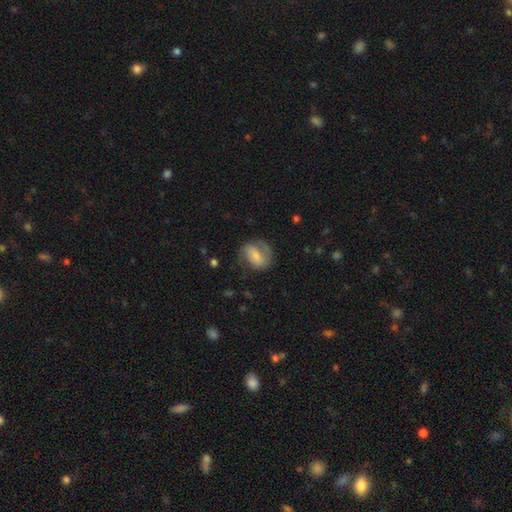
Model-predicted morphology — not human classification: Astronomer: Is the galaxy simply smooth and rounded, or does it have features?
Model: featured or disk — 54% (runner-up: smooth, 39%).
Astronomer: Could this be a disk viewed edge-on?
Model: no — 97%.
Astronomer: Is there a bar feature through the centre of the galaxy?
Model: weak — 37% (runner-up: no, 33%).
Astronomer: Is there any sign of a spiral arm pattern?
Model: yes — 82%.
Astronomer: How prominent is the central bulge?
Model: small — 41% (runner-up: moderate, 29%).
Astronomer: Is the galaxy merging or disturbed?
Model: none — 57%.